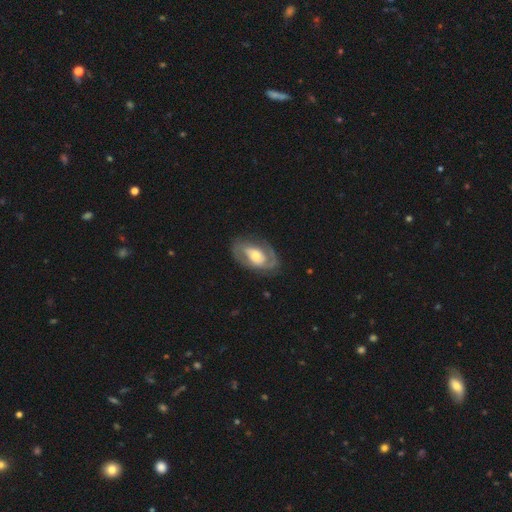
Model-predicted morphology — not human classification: A featured or disk galaxy (79%) with no bar (49%), 2 (82%) medium (44%) spiral arms (86%) and a moderate central bulge (55%).

Vote fractions:
- Smooth or featured? featured or disk: 79% / smooth: 17% / star or artifact: 5%
- Edge-on disk? no: 96% / yes: 4%
- Bar? no: 49% / weak: 34% / strong: 17%
- Spiral arms? yes: 86% / no: 14%
- Spiral winding? medium: 44% / tight: 39% / loose: 16%
- Spiral arm count? 2: 82% / can't tell: 9% / 1: 5% / 3: 2% / 4: 1% / more than 4: 1%
- Bulge size? moderate: 55% / small: 22% / large: 19% / none: 2% / dominant: 2%
- Merging? none: 77% / minor disturbance: 15% / major disturbance: 7% / merger: 1%